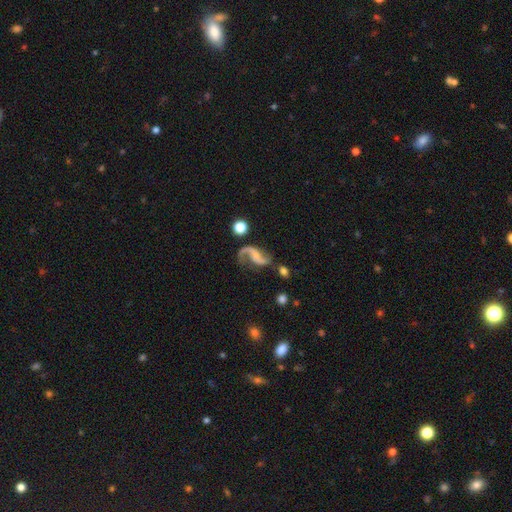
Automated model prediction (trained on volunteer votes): smooth_or_featured: featured or disk (p=0.88) [alt: smooth p=0.07]
disk_edge_on: no (p=0.97) [alt: yes p=0.03]
bar: no (p=0.52) [alt: weak p=0.34]
has_spiral_arms: yes (p=0.96) [alt: no p=0.04]
spiral_winding: loose (p=0.78) [alt: medium p=0.18]
spiral_arm_count: 2 (p=0.89) [alt: 1 p=0.06]
bulge_size: small (p=0.51) [alt: none p=0.27]
merging: none (p=0.60) [alt: minor disturbance p=0.18]